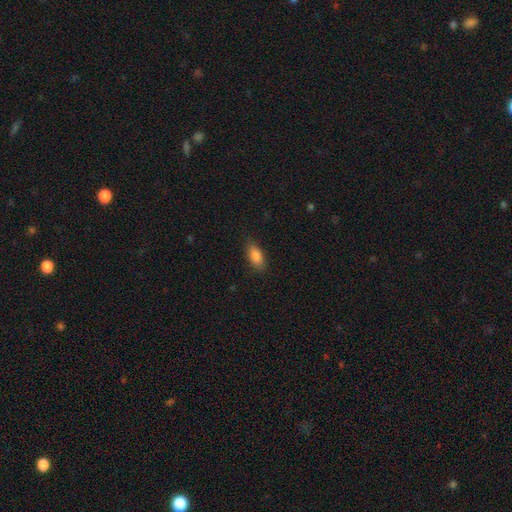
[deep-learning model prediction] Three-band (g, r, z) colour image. It shows a smooth galaxy with no disk features (86%) that is in between round and cigar-shaped (88%). Merging: none (83%).